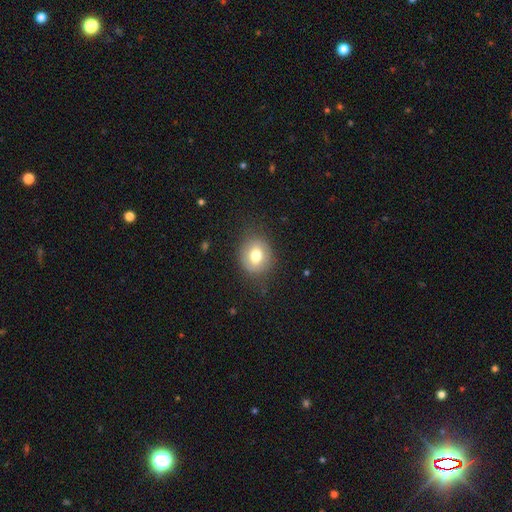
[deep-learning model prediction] The model was most divided on "how rounded": round: 74%, in between: 25%, cigar-shaped: 1%. More confident: merging — none (80%); smooth or featured — smooth (73%).